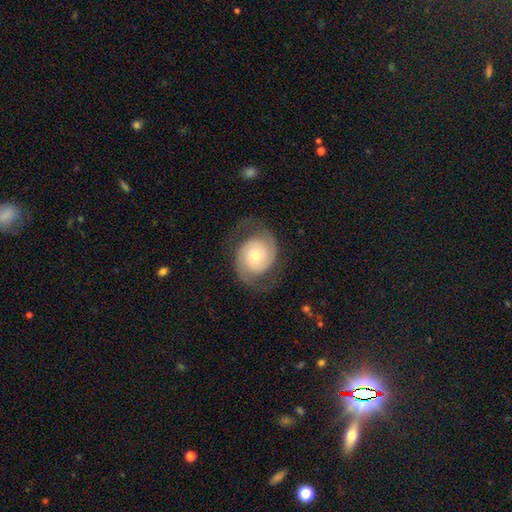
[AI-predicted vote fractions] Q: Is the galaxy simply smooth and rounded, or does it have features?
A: featured or disk — 80%.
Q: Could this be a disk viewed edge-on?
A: no — 98%.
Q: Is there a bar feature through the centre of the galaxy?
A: no — 73%.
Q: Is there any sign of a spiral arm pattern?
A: yes — 95%.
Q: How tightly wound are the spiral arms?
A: medium — 43%.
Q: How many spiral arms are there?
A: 2 — 91%.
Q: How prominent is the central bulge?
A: moderate — 53%.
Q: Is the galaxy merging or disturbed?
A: none — 72%.